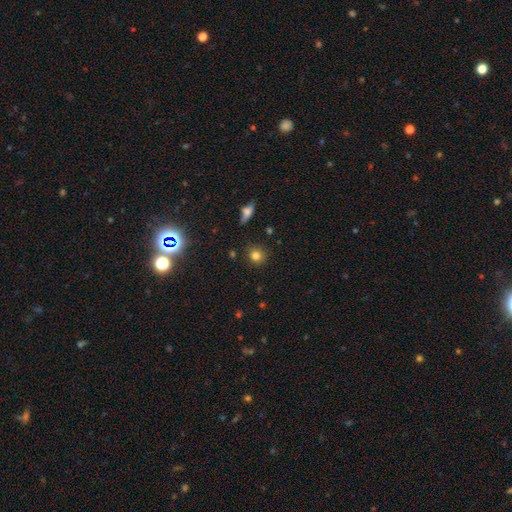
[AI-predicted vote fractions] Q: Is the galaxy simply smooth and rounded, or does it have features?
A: smooth — 81%.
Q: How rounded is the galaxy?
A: round — 85%.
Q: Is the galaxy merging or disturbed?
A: none — 85%.